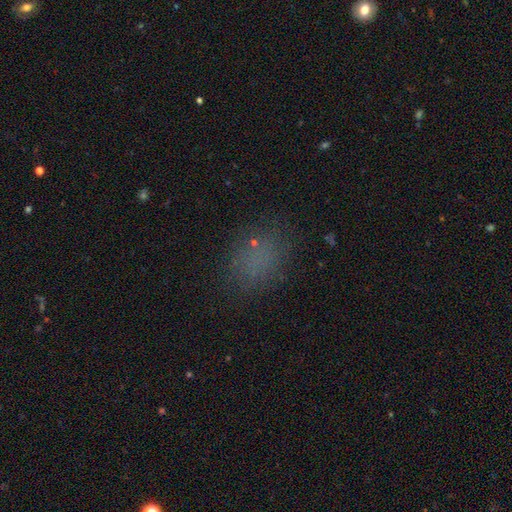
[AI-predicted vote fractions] smooth 68%, star or artifact 24%, featured or disk 8%. Down the decision tree: how rounded — in between (58%); merging — none (79%).